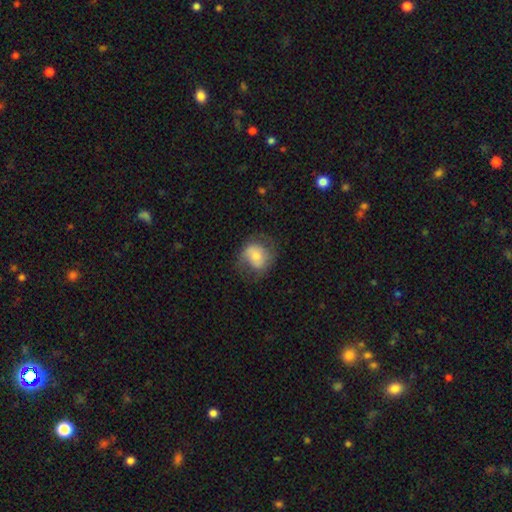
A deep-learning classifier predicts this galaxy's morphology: Overall: smooth (57%; featured or disk 35%). How rounded: round (62%; in between 37%). Merging: none (61%; minor disturbance 22%).